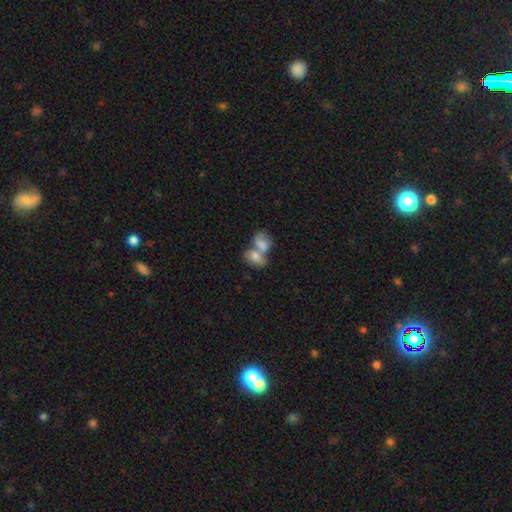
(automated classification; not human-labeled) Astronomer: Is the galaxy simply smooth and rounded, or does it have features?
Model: smooth — 75%.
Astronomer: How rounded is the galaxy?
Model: in between — 83%.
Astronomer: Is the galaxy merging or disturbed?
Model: merger — 72%.